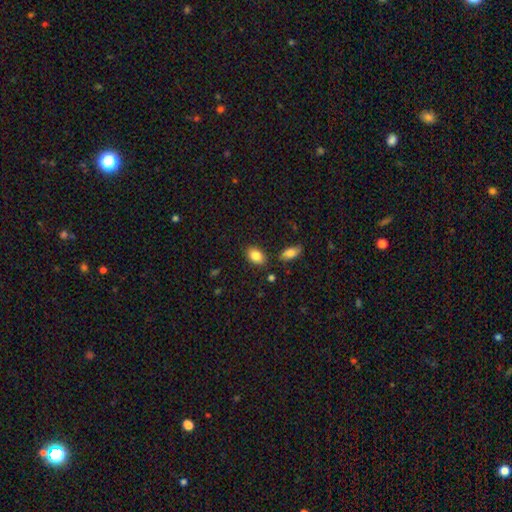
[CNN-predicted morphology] This appears to be a smooth galaxy with no disk features (86%) that is in between round and cigar-shaped (88%). Merging: none (83%).